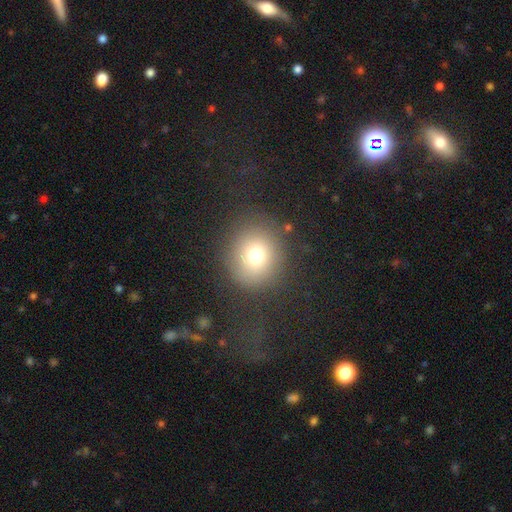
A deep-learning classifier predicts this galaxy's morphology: This is likely a smooth galaxy (73%). How rounded: clearly round (86%). Merging: likely none (78%).